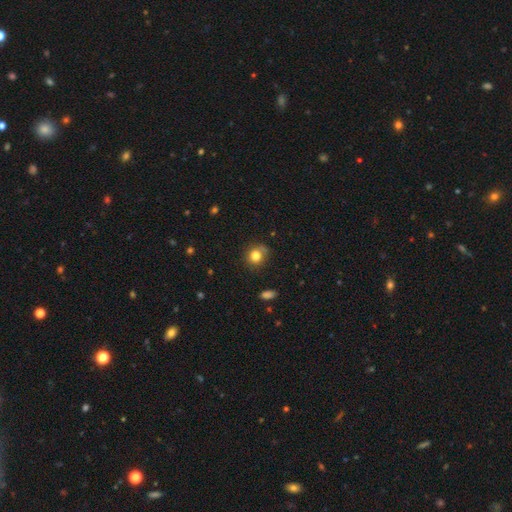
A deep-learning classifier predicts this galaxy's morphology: type=smooth (81%); roundness=round (80%); merging=none (71%).